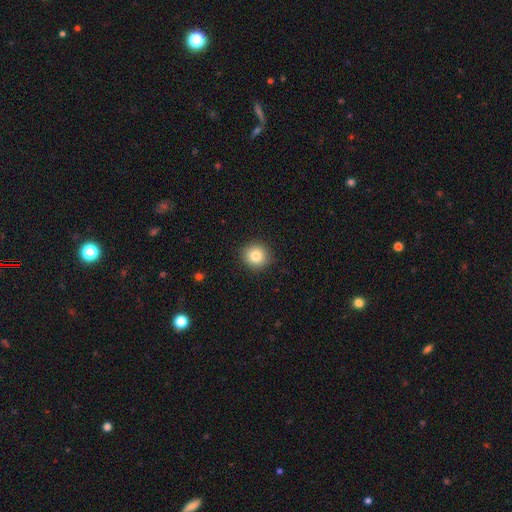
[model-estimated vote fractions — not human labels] A smooth galaxy with no disk features (81%) that is round (90%). Merging: none (90%).